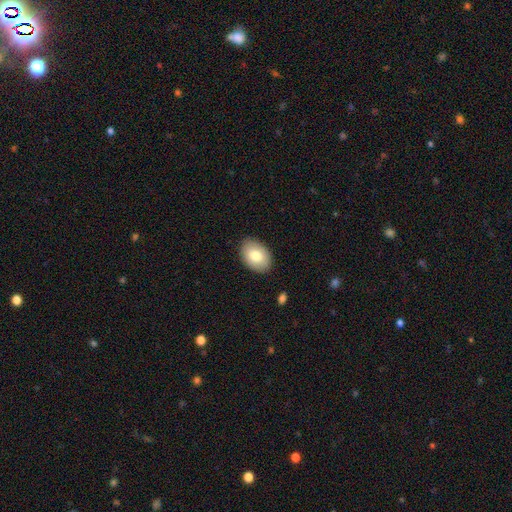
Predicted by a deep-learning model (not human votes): This is likely a smooth galaxy (80%). How rounded: clearly in between (84%). Merging: clearly none (87%).